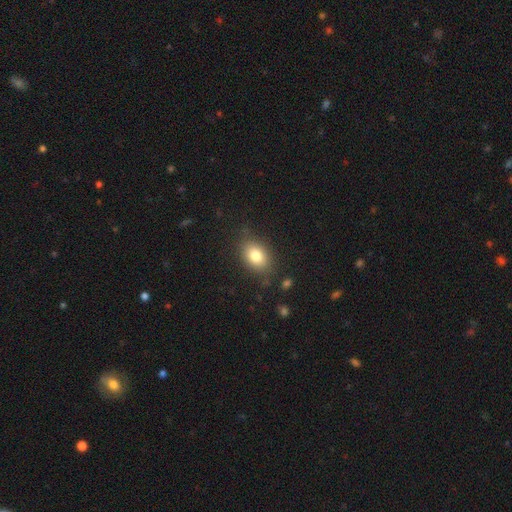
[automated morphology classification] type=smooth (80%); roundness=in between (74%); merging=none (79%).